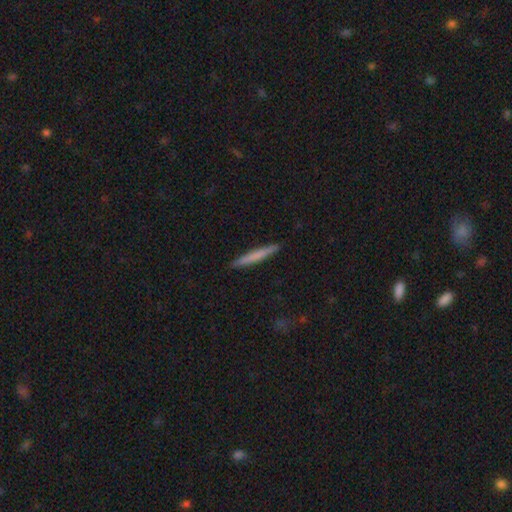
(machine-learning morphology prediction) type=smooth (68%); roundness=cigar-shaped (96%); merging=none (92%).